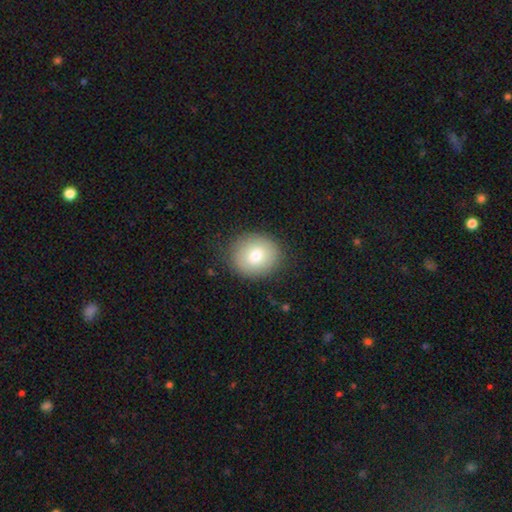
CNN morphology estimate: smooth_or_featured: smooth (p=0.74) [alt: featured or disk p=0.17]
how_rounded: round (p=0.75) [alt: in between p=0.24]
merging: none (p=0.84) [alt: minor disturbance p=0.11]